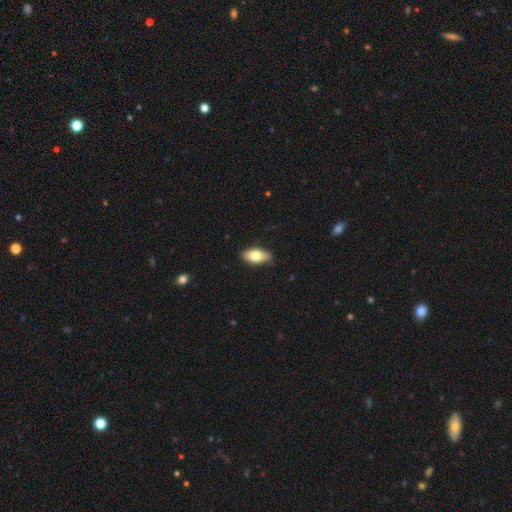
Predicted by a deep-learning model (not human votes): This appears to be a smooth galaxy with no disk features (75%) that is in between round and cigar-shaped (90%). Merging: none (84%).